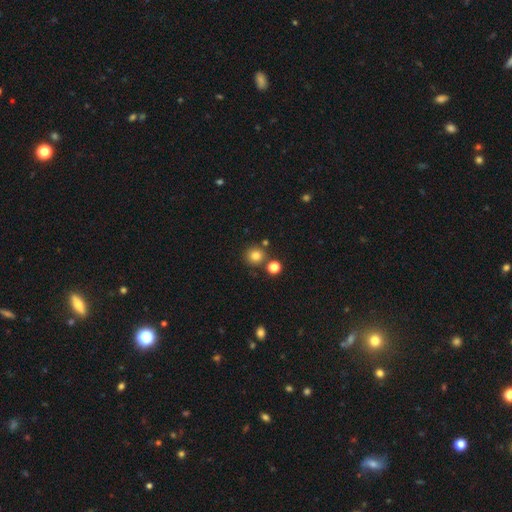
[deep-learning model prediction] Smooth or featured? Predicted: smooth (p=0.80). How rounded? Predicted: round (p=0.92). Merging? Predicted: none (p=0.81).